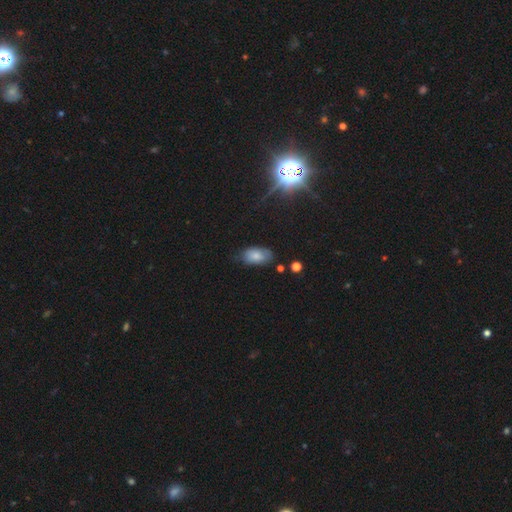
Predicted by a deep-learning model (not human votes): Smooth or featured?
  - smooth: 78% *
  - featured or disk: 12%
  - star or artifact: 10%
How rounded?
  - in between: 94% *
  - round: 4%
  - cigar-shaped: 2%
Merging?
  - none: 67% *
  - minor disturbance: 26%
  - major disturbance: 5%
  - merger: 2%